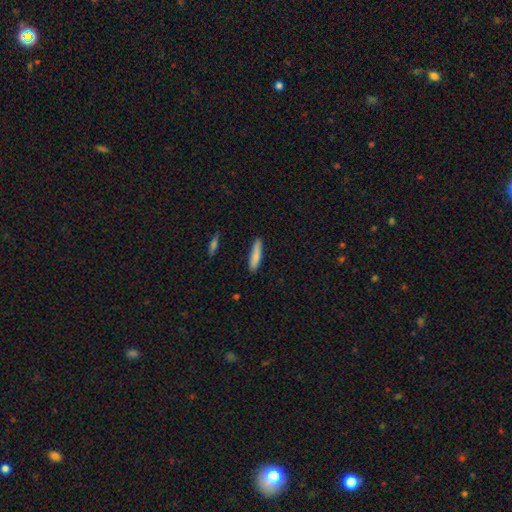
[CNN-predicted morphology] A smooth galaxy with no disk features (83%) that is cigar-shaped (82%).

Vote fractions:
- Smooth or featured? smooth: 83% / featured or disk: 12% / star or artifact: 6%
- How rounded? cigar-shaped: 82% / in between: 16% / round: 1%
- Merging? none: 86% / minor disturbance: 10% / major disturbance: 2% / merger: 2%